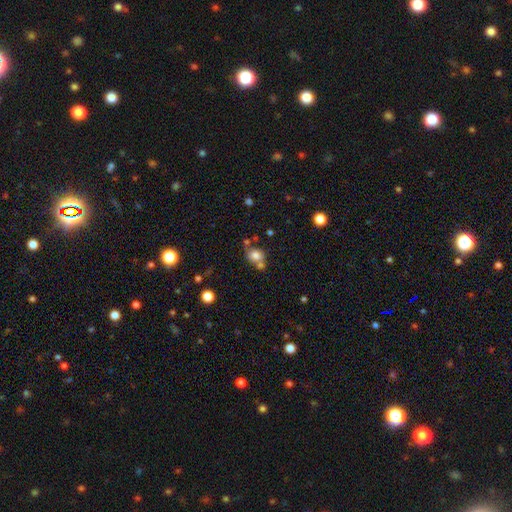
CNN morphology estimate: Smooth or featured? smooth (77%)
How rounded? round (64%)
Merging? none (52%)